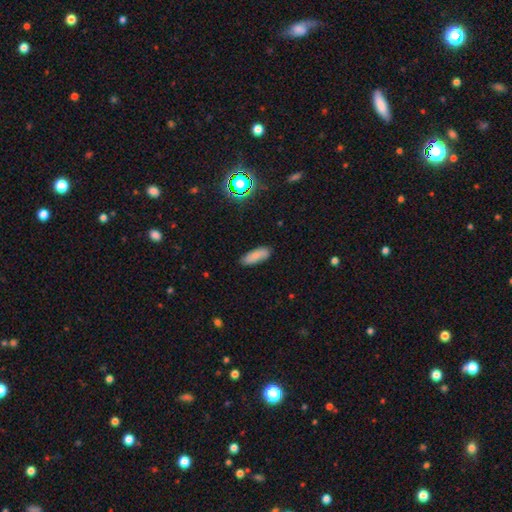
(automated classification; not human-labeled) Morphology: type=smooth (80%); roundness=in between (66%); merging=none (83%).